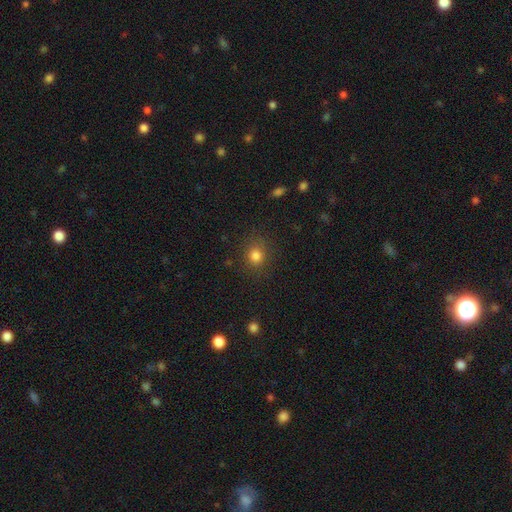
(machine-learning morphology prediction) This is clearly a smooth galaxy (81%). How rounded: clearly round (80%). Merging: clearly none (85%).